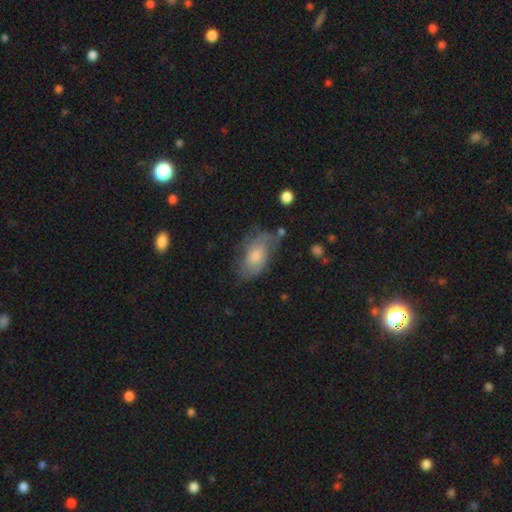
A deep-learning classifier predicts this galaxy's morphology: Smooth or featured: smooth — 54% (featured or disk — 37%)
How rounded: in between — 90% (round — 7%)
Merging: none — 55% (minor disturbance — 29%)